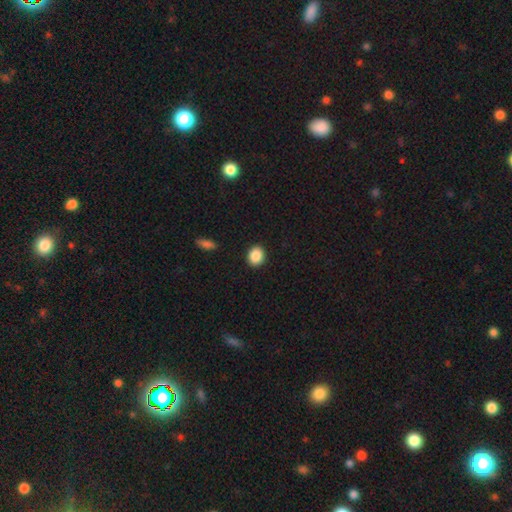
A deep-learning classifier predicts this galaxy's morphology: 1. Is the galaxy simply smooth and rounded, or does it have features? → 89% smooth, 8% star or artifact, 3% featured or disk.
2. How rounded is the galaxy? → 66% round, 33% in between, 1% cigar-shaped.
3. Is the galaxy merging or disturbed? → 91% none, 6% minor disturbance, 2% major disturbance, 1% merger.